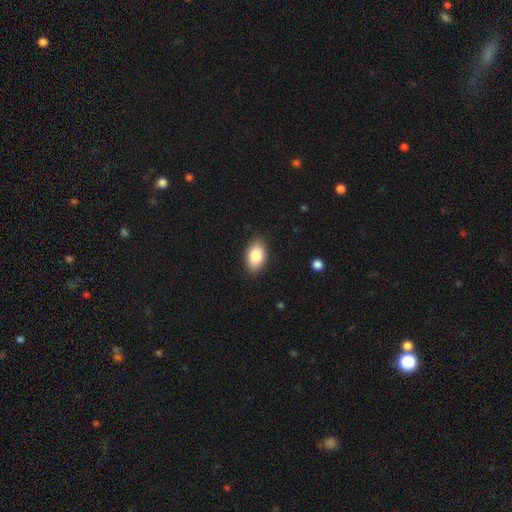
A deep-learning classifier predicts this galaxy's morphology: The model was most divided on "smooth or featured": smooth: 86%, featured or disk: 8%, star or artifact: 7%. More confident: how rounded — in between (92%); merging — none (88%).